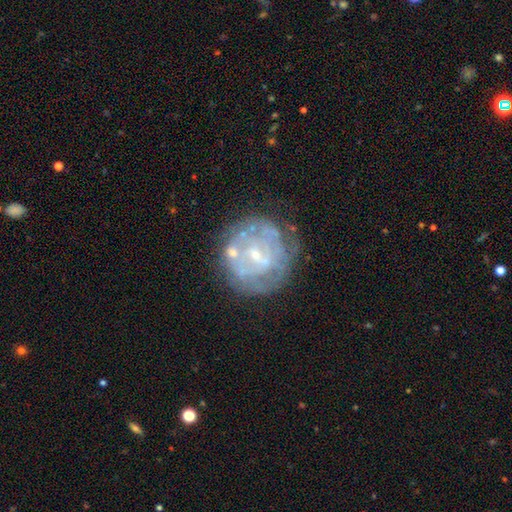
Smooth or featured?
  - featured or disk: 76% *
  - smooth: 24%
  - star or artifact: 0%
Edge-on disk?
  - no: 100% *
  - yes: 0%
Bar?
  - no: 75% *
  - weak: 21%
  - strong: 4%
Spiral arms?
  - no: 61% *
  - yes: 39%
Bulge size?
  - small: 75% *
  - moderate: 11%
  - large: 7%
  - none: 7%
  - dominant: 0%
Merging?
  - none: 59% *
  - merger: 19%
  - major disturbance: 14%
  - minor disturbance: 8%